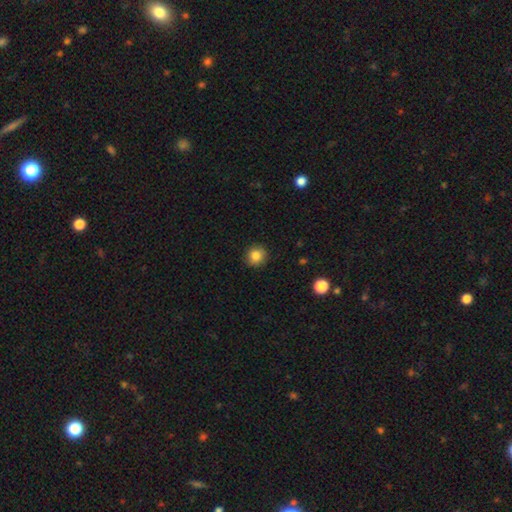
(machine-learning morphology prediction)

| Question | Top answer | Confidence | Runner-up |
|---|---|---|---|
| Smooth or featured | smooth | 83% | star or artifact (10%) |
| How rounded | round | 88% | in between (11%) |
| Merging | none | 90% | minor disturbance (8%) |